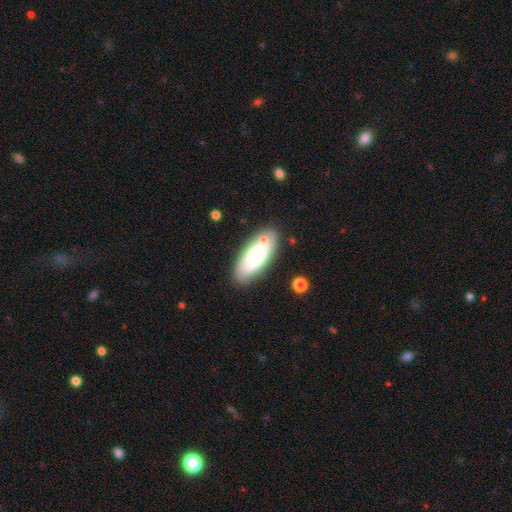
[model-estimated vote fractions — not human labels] smooth 74%, featured or disk 20%, star or artifact 6%. Down the decision tree: how rounded — in between (77%); merging — none (79%).